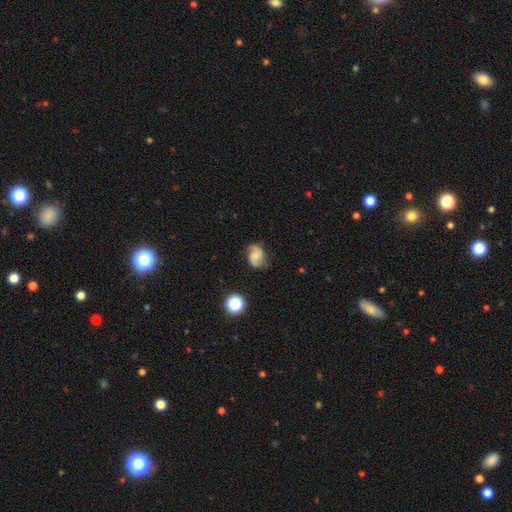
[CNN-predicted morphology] The model was most divided on "spiral winding": medium: 43%, loose: 40%, tight: 16%. Remaining: edge-on disk — no (98%); spiral arms — yes (94%); spiral arm count — 2 (90%); merging — none (74%); smooth or featured — featured or disk (64%); bar — no (49%); bulge size — small (41%).